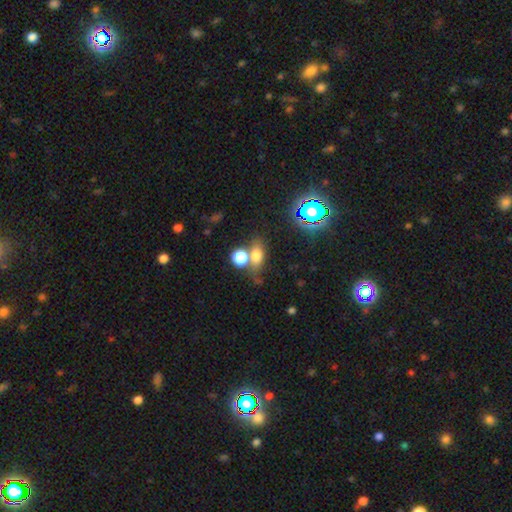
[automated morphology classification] type=smooth (69%); roundness=in between (64%); merging=none (52%).